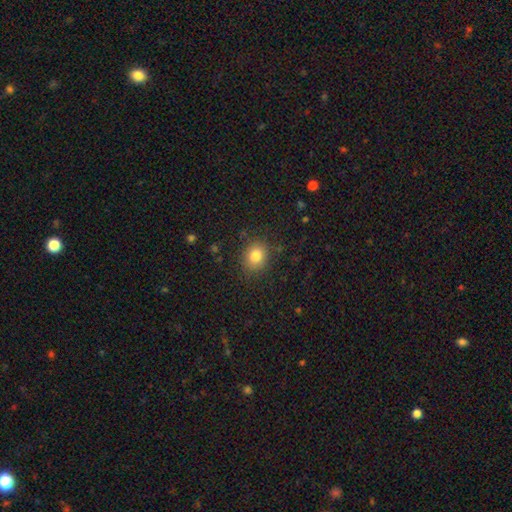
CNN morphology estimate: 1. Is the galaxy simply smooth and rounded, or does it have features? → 82% smooth, 11% star or artifact, 7% featured or disk.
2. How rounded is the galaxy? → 67% round, 32% in between, 1% cigar-shaped.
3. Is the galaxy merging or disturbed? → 85% none, 11% minor disturbance, 3% major disturbance, 1% merger.